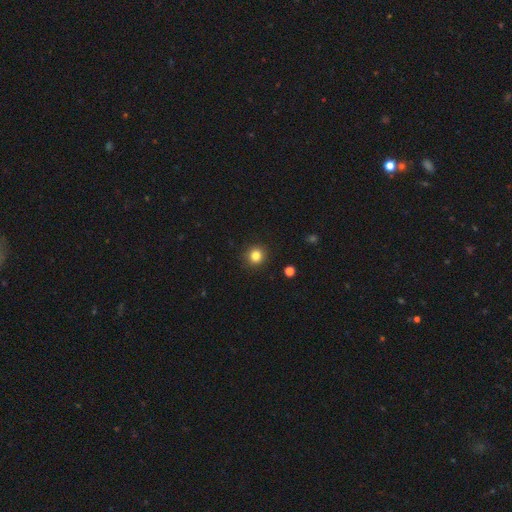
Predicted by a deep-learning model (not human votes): A smooth galaxy with no disk features (82%) that is round (93%).

Vote fractions:
- Smooth or featured? smooth: 82% / star or artifact: 13% / featured or disk: 6%
- How rounded? round: 93% / in between: 6% / cigar-shaped: 1%
- Merging? none: 92% / minor disturbance: 5% / major disturbance: 2% / merger: 1%